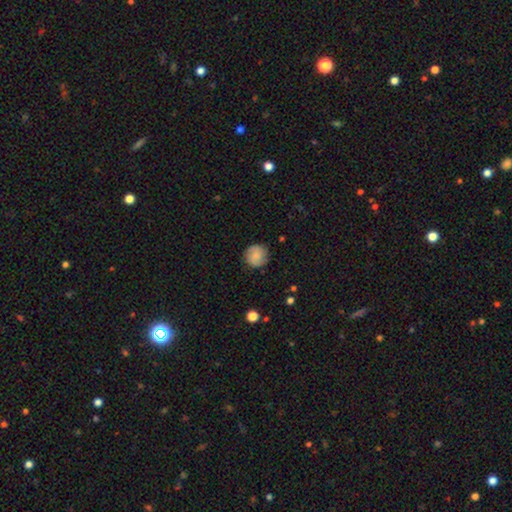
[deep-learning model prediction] A smooth galaxy with no disk features (77%) that is round (93%).

Vote fractions:
- Smooth or featured? smooth: 77% / featured or disk: 15% / star or artifact: 8%
- How rounded? round: 93% / in between: 6% / cigar-shaped: 1%
- Merging? none: 85% / minor disturbance: 11% / major disturbance: 3% / merger: 1%